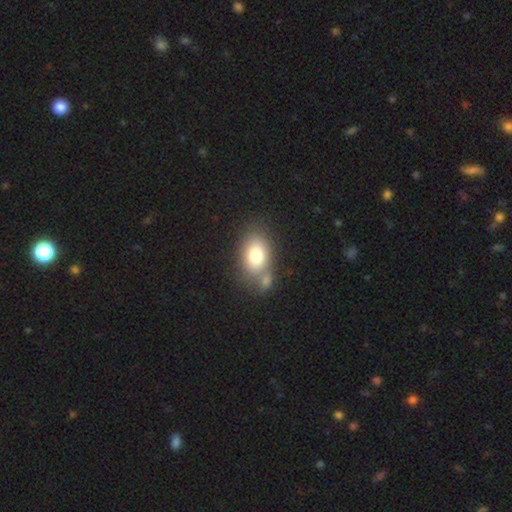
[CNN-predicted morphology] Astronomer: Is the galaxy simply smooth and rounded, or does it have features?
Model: smooth — 78%.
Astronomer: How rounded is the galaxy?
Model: in between — 82%.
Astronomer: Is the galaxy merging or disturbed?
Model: none — 52% (runner-up: merger, 27%).